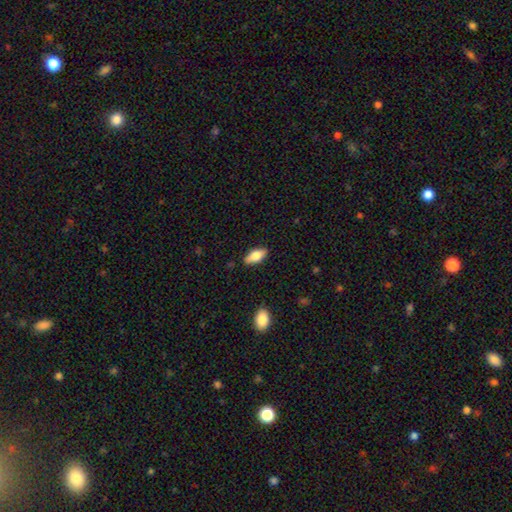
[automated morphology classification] A smooth galaxy with no disk features (74%) that is in between round and cigar-shaped (84%). Merging: none (85%).